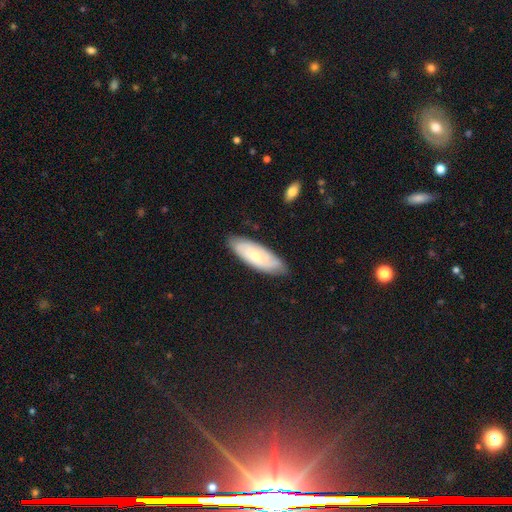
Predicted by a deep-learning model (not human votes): Q: Smooth or featured?
A: featured or disk (51%); runner-up: smooth (43%)
Q: Edge-on disk?
A: no (81%); runner-up: yes (19%)
Q: Merging?
A: none (79%); runner-up: minor disturbance (17%)